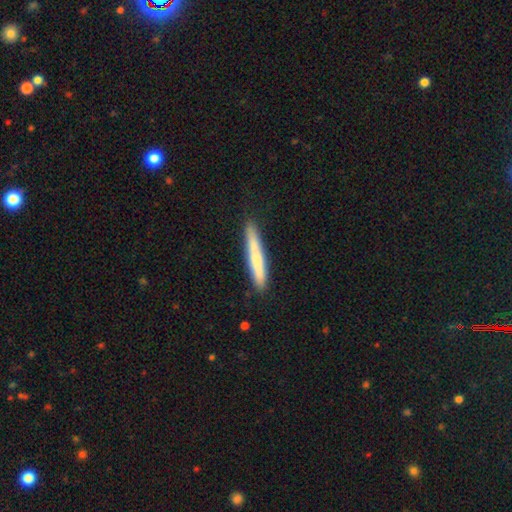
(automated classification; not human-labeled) A smooth galaxy with no disk features (70%) that is cigar-shaped (95%). Merging: none (88%).